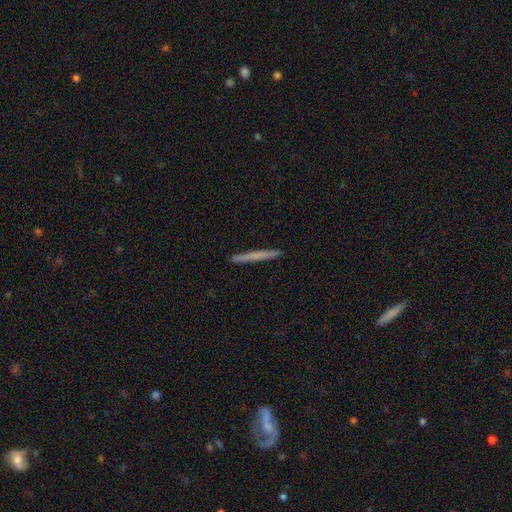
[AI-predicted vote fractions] Smooth or featured? Predicted: smooth (p=0.61). How rounded? Predicted: cigar-shaped (p=0.97). Merging? Predicted: none (p=0.93).